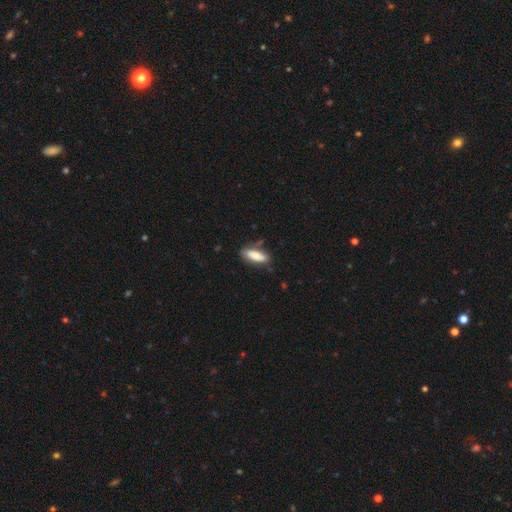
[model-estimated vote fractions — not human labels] Smooth or featured: smooth — 73% (featured or disk — 20%)
How rounded: in between — 61% (cigar-shaped — 37%)
Merging: none — 71% (minor disturbance — 20%)